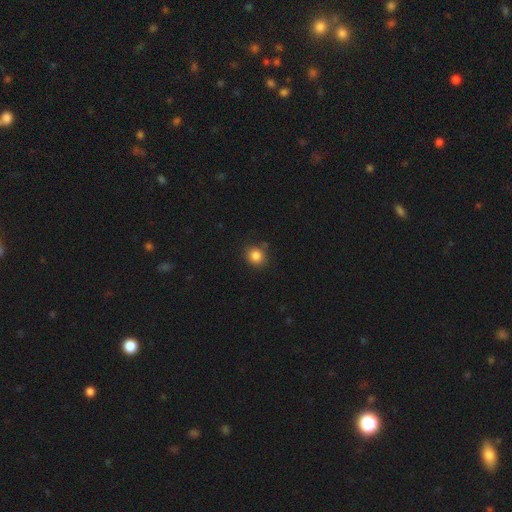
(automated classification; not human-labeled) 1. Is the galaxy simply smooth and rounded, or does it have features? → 84% smooth, 11% star or artifact, 5% featured or disk.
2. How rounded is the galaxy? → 82% round, 17% in between, 1% cigar-shaped.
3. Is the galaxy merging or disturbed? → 83% none, 11% minor disturbance, 3% merger, 3% major disturbance.